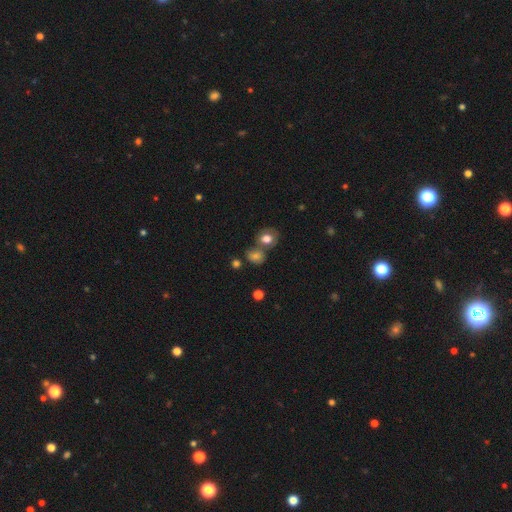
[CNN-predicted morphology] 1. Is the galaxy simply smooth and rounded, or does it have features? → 64% smooth, 20% star or artifact, 16% featured or disk.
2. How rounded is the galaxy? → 66% round, 33% in between, 2% cigar-shaped.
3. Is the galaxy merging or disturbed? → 54% none, 29% merger, 12% minor disturbance, 5% major disturbance.